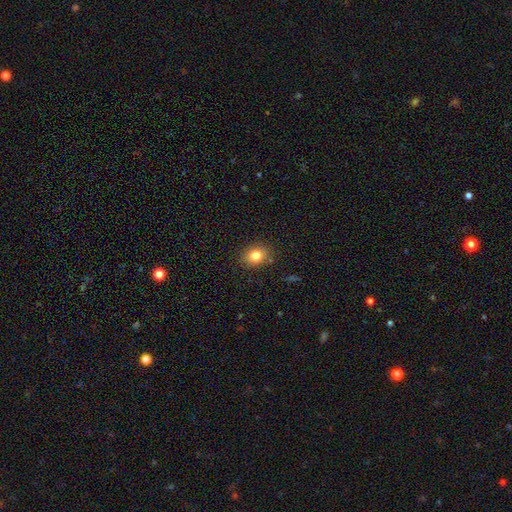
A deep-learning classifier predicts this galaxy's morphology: This is clearly a smooth galaxy (81%). How rounded: possibly round (59%). Merging: clearly none (87%).